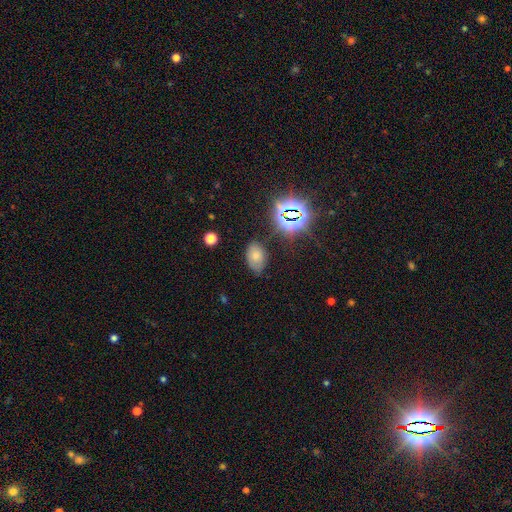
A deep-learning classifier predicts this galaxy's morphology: Smooth or featured?
  - smooth: 64% *
  - star or artifact: 22%
  - featured or disk: 14%
How rounded?
  - in between: 87% *
  - round: 11%
  - cigar-shaped: 1%
Merging?
  - none: 71% *
  - minor disturbance: 21%
  - major disturbance: 6%
  - merger: 2%